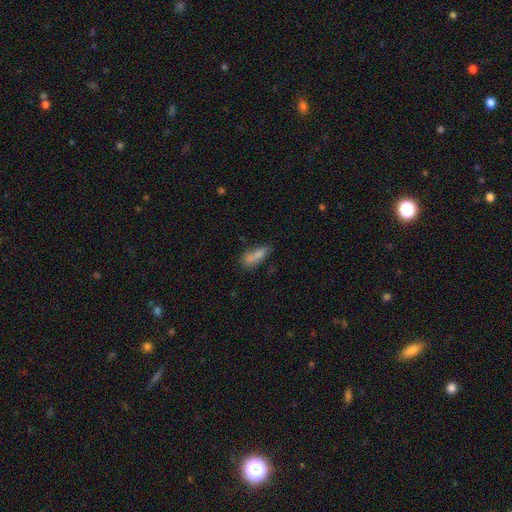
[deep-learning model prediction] Overall: smooth (77%). How rounded: in between (60%; cigar-shaped 36%). Merging: none (44%; merger 26%).